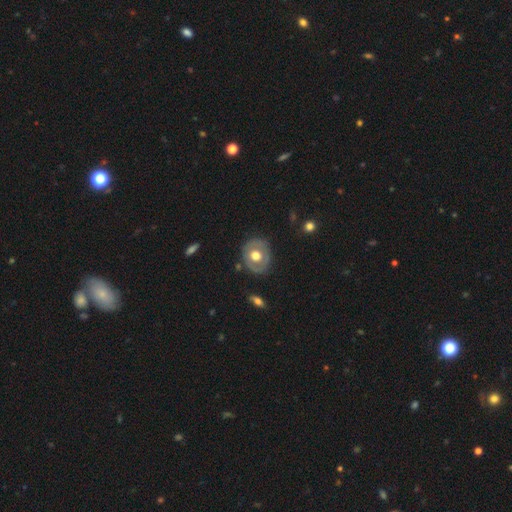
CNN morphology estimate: The model was most divided on "smooth or featured" (2-way tie): featured or disk: 47%, smooth: 47%, star or artifact: 6%. More confident: merging — none (81%).